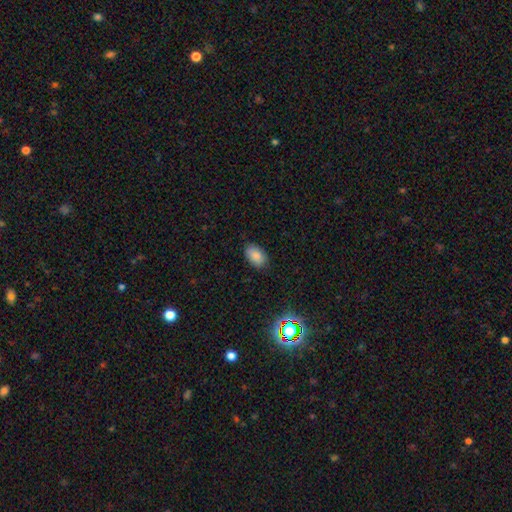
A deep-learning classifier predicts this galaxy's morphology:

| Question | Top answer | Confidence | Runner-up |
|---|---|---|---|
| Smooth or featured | smooth | 84% | star or artifact (10%) |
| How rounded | in between | 90% | round (8%) |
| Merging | none | 83% | minor disturbance (13%) |